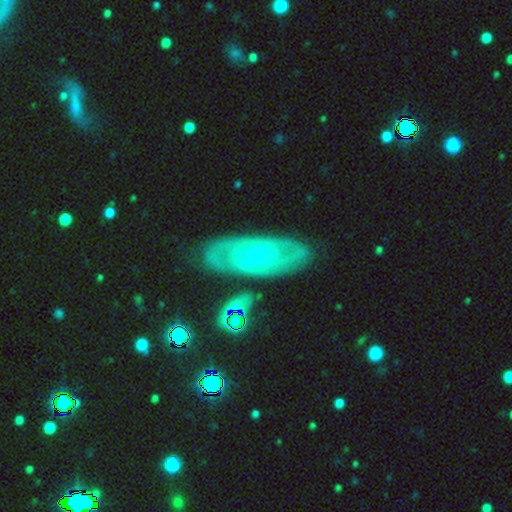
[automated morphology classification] Smooth or featured: featured or disk — 71% (smooth — 22%)
Edge-on disk: no — 87% (yes — 13%)
Bar: no — 62% (weak — 31%)
Spiral arms: yes — 72% (no — 28%)
Bulge size: small — 78% (moderate — 17%)
Merging: none — 75% (minor disturbance — 16%)